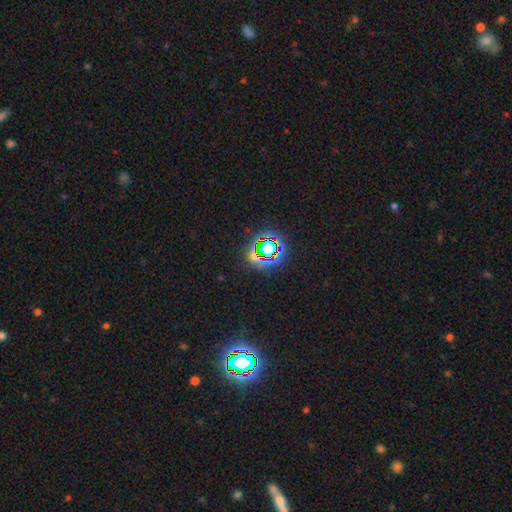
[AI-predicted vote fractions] This appears to be a star or artifact, not a galaxy (68%).